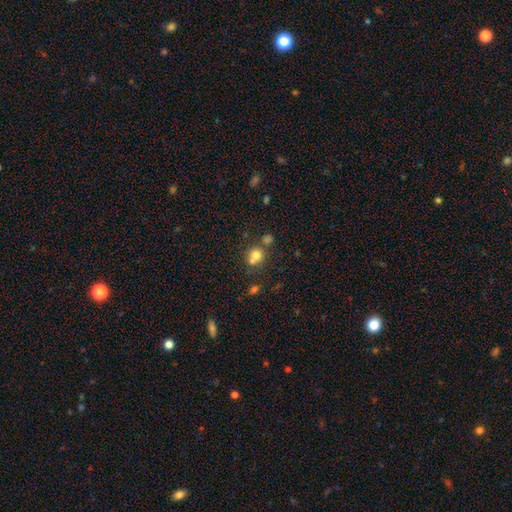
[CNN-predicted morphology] smooth 74%, star or artifact 14%, featured or disk 12%. Down the decision tree: how rounded — round (80%); merging — none (49%).